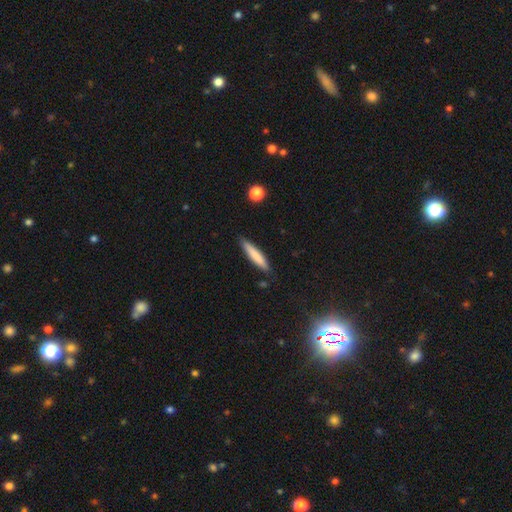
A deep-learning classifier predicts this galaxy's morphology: Smooth or featured? Predicted: smooth (p=0.76). How rounded? Predicted: cigar-shaped (p=0.91). Merging? Predicted: none (p=0.85).